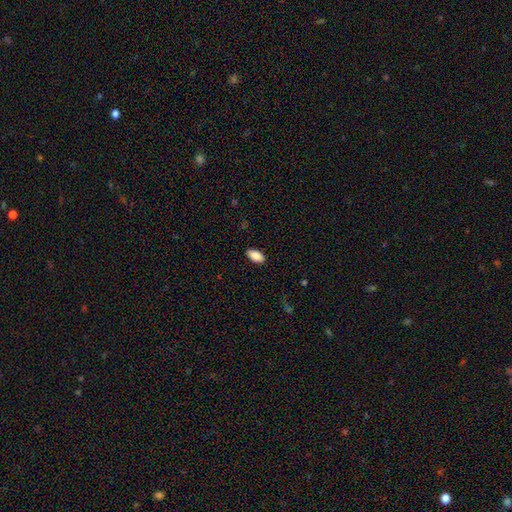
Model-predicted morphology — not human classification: A smooth galaxy with no disk features (89%) that is in between round and cigar-shaped (93%). Merging: none (88%).